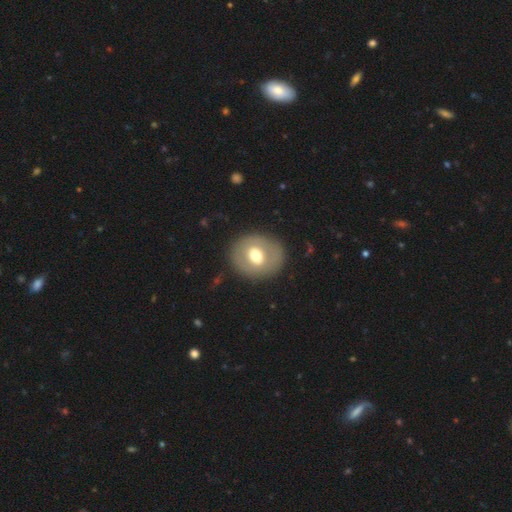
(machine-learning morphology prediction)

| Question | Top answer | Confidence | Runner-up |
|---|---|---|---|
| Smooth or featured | smooth | 55% | featured or disk (38%) |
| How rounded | round | 71% | in between (28%) |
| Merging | none | 84% | minor disturbance (10%) |